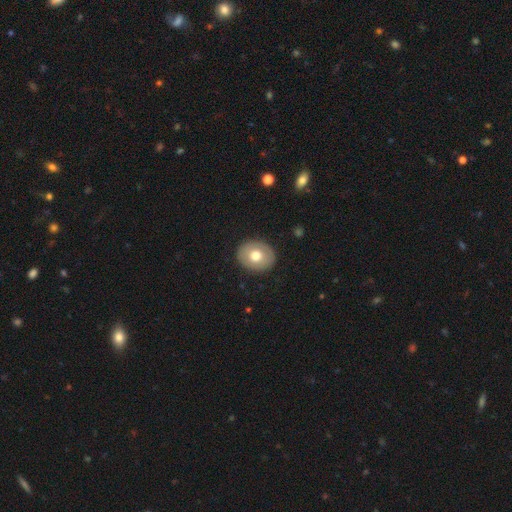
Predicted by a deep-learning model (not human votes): Morphology: type=smooth (66%); roundness=round (53%); merging=none (89%).